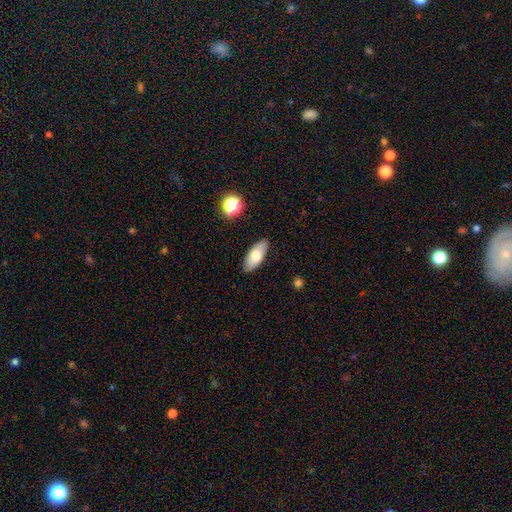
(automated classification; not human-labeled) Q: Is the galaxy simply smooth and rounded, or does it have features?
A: smooth — 75%.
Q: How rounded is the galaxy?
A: in between — 84%.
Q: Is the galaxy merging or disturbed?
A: none — 88%.